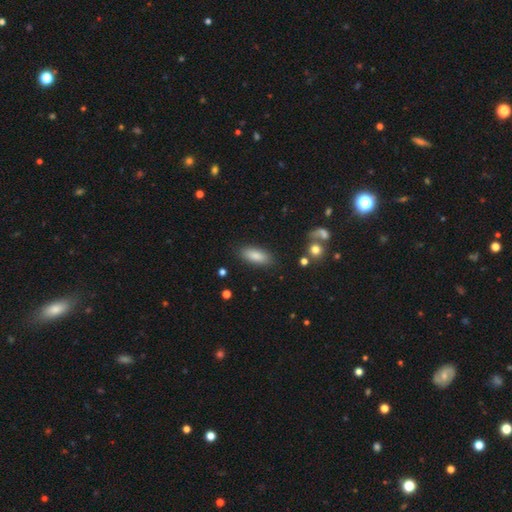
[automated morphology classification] This is clearly a smooth galaxy (85%). How rounded: likely in between (76%). Merging: clearly none (87%).